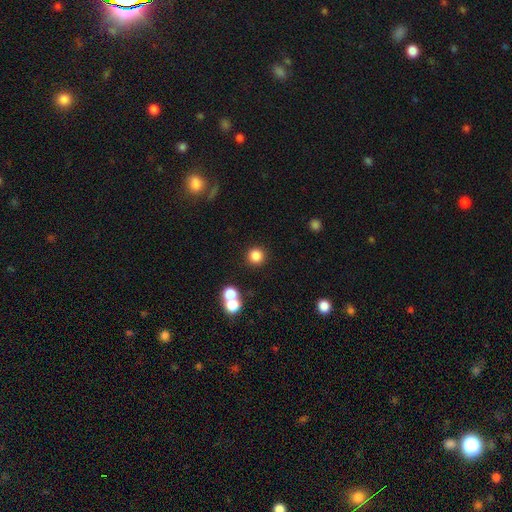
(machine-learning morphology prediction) Smooth or featured? smooth (83%)
How rounded? round (94%)
Merging? none (86%)